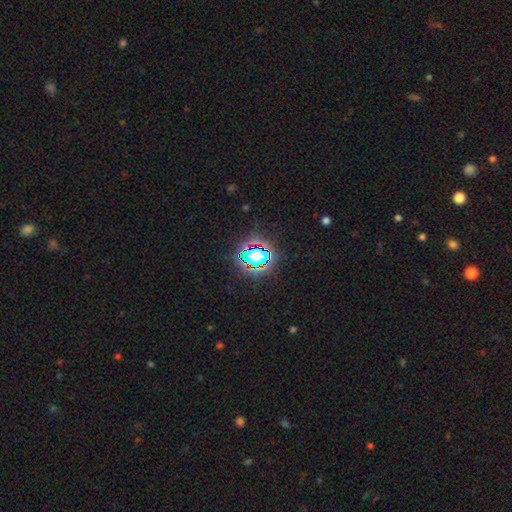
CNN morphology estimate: Overall: star or artifact (64%).